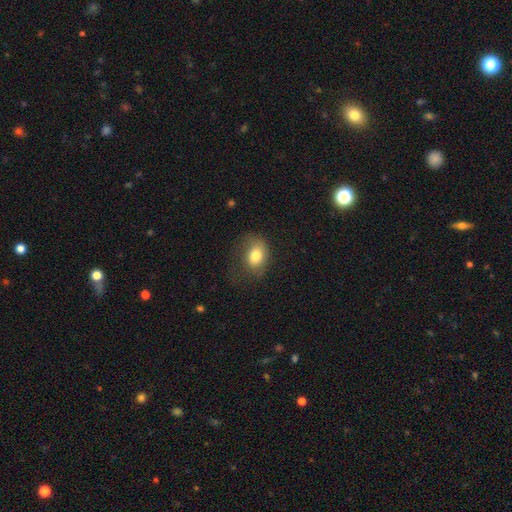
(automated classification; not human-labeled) smooth_or_featured: smooth (p=0.77) [alt: featured or disk p=0.14]
how_rounded: in between (p=0.71) [alt: round p=0.28]
merging: none (p=0.51) [alt: minor disturbance p=0.28]